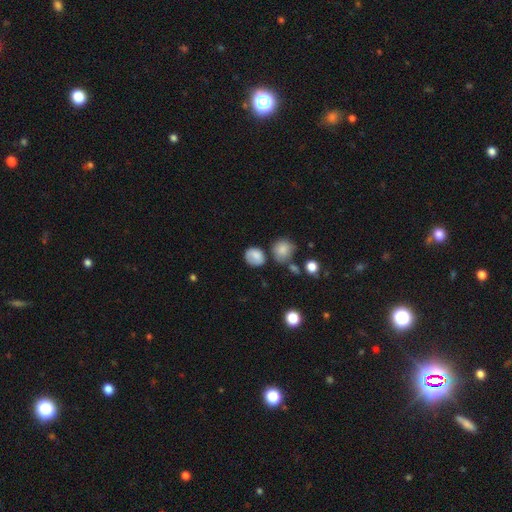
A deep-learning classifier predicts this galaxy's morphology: This appears to be a smooth galaxy with no disk features (79%) that is round (58%). Merging: none (66%).